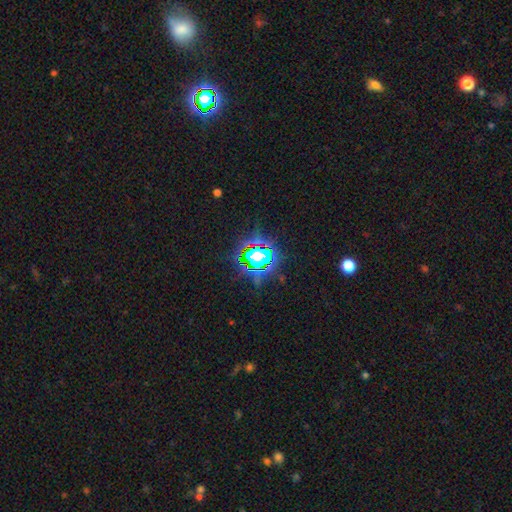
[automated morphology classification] Overall: star or artifact (83%).